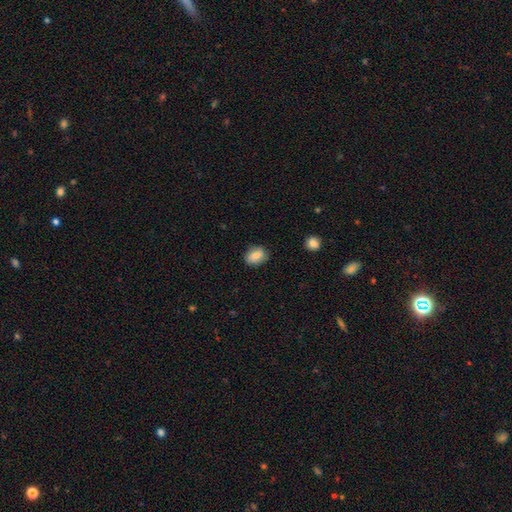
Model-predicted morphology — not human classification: Smooth or featured: smooth — 81% (featured or disk — 11%)
How rounded: in between — 65% (round — 34%)
Merging: none — 81% (minor disturbance — 15%)